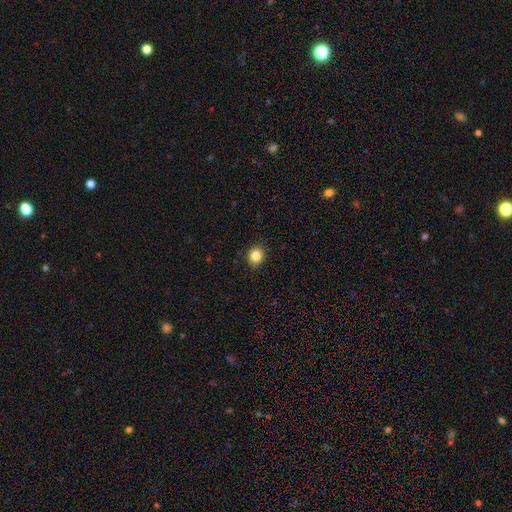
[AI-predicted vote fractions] A smooth galaxy with no disk features (84%) that is round (77%).

Vote fractions:
- Smooth or featured? smooth: 84% / star or artifact: 11% / featured or disk: 5%
- How rounded? round: 77% / in between: 22% / cigar-shaped: 1%
- Merging? none: 91% / minor disturbance: 7% / major disturbance: 2% / merger: 1%